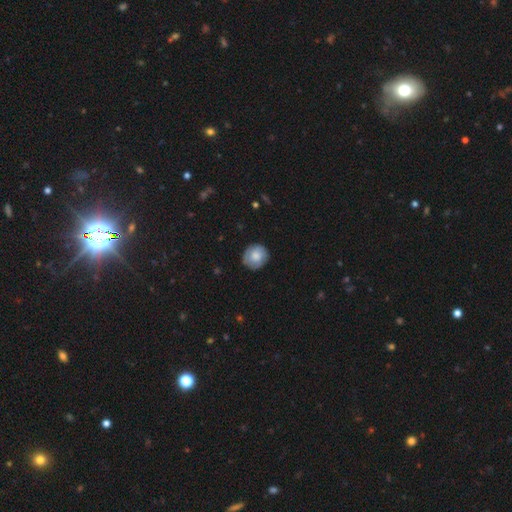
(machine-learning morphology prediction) smooth-or-featured: smooth: 70% | featured or disk: 23% | star or artifact: 7%
  how-rounded: round: 84% | in between: 15% | cigar-shaped: 1%
  merging: none: 82% | minor disturbance: 14% | major disturbance: 3% | merger: 1%